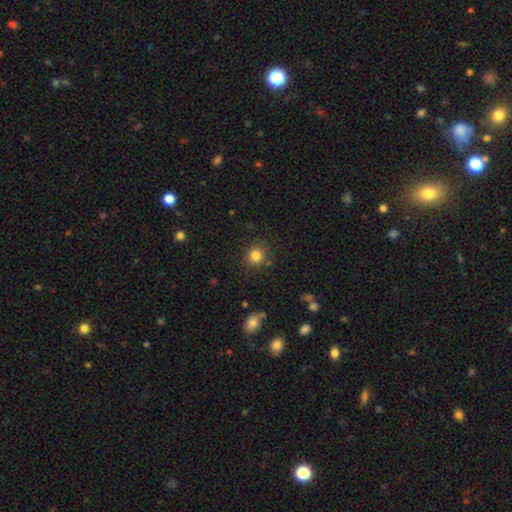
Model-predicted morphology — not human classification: Smooth or featured?
  - smooth: 83% *
  - star or artifact: 12%
  - featured or disk: 5%
How rounded?
  - round: 87% *
  - in between: 13%
  - cigar-shaped: 1%
Merging?
  - none: 84% *
  - minor disturbance: 9%
  - merger: 4%
  - major disturbance: 3%